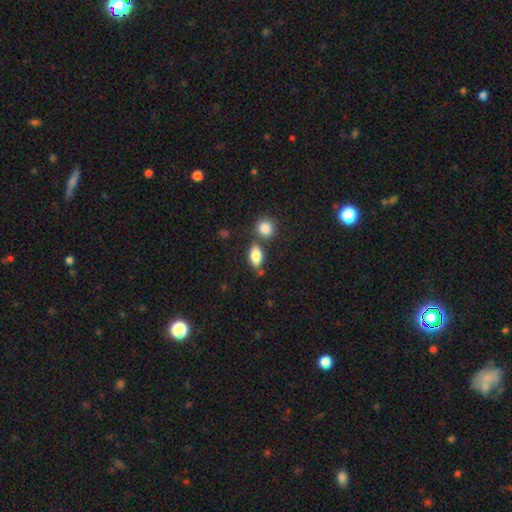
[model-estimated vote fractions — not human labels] This appears to be a smooth galaxy with no disk features (84%) that is in between round and cigar-shaped (85%). Merging: none (63%).